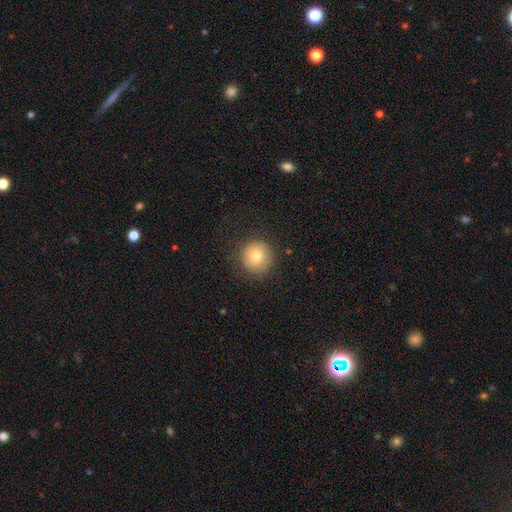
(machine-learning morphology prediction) smooth-or-featured: smooth: 78% | featured or disk: 12% | star or artifact: 10%
  how-rounded: round: 93% | in between: 6% | cigar-shaped: 1%
  merging: none: 84% | minor disturbance: 11% | major disturbance: 4% | merger: 1%